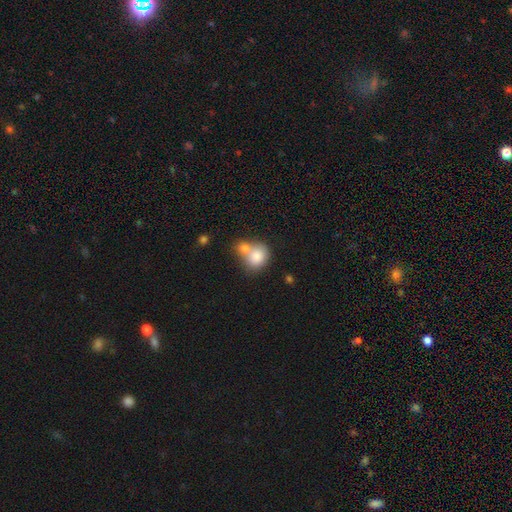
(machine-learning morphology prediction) Smooth or featured?
  - smooth: 79% *
  - featured or disk: 13%
  - star or artifact: 8%
How rounded?
  - round: 69% *
  - in between: 30%
  - cigar-shaped: 1%
Merging?
  - merger: 60% *
  - none: 27%
  - minor disturbance: 8%
  - major disturbance: 4%